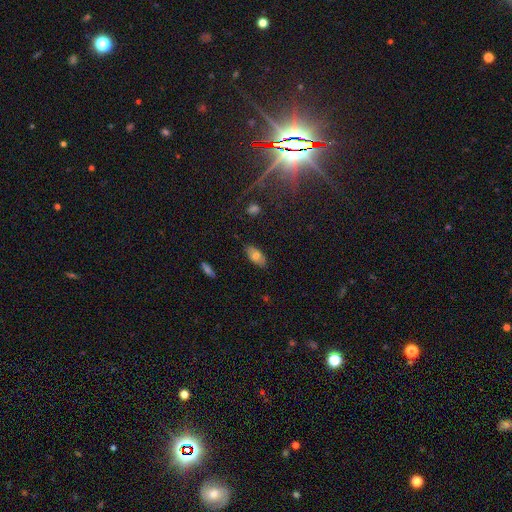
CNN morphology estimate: This is likely a smooth galaxy (72%). How rounded: clearly in between (90%). Merging: clearly none (83%).